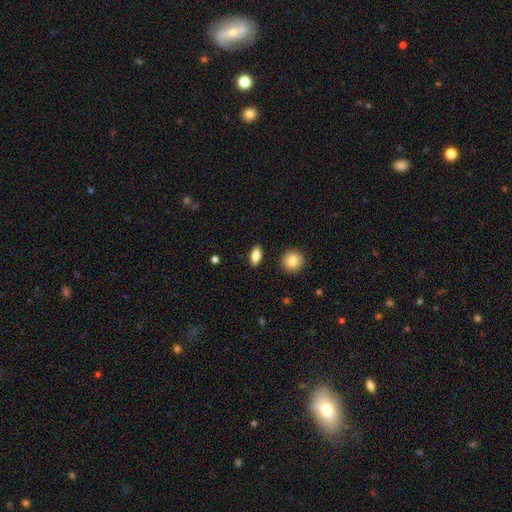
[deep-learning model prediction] The model was most divided on "how rounded": in between: 83%, cigar-shaped: 10%, round: 7%. More confident: merging — none (89%); smooth or featured — smooth (85%).